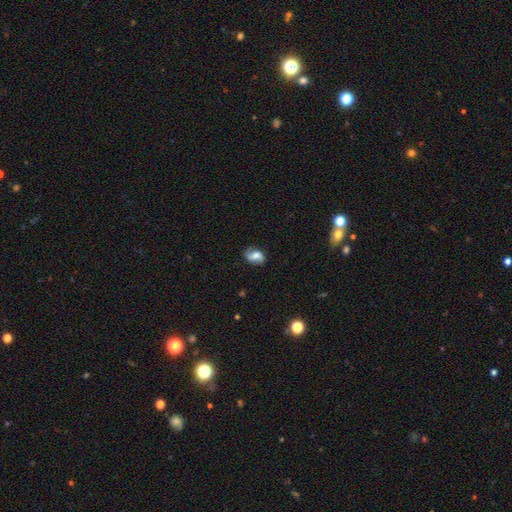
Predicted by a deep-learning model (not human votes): Morphology: type=featured or disk (50%); merging=none (78%).